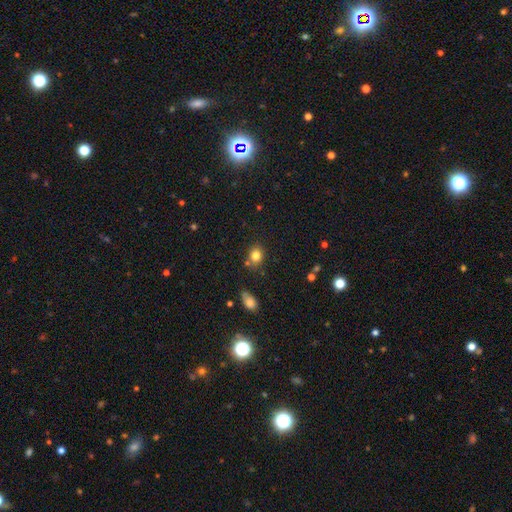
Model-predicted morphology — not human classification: smooth 82%, star or artifact 11%, featured or disk 7%. Down the decision tree: how rounded — round (60%); merging — none (75%).